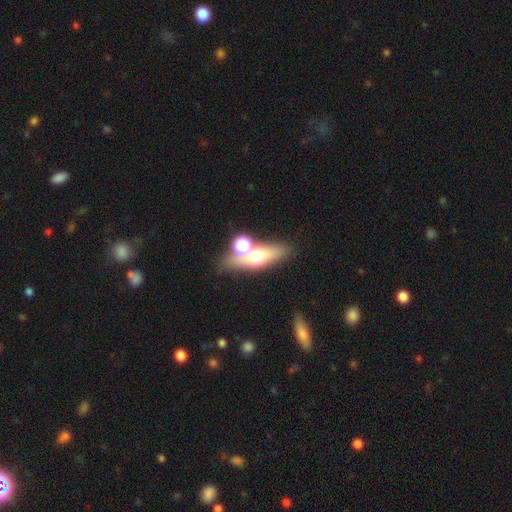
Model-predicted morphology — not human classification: Smooth or featured?
  - smooth: 48% *
  - featured or disk: 39%
  - star or artifact: 13%
Merging?
  - none: 57% *
  - merger: 26%
  - minor disturbance: 11%
  - major disturbance: 6%